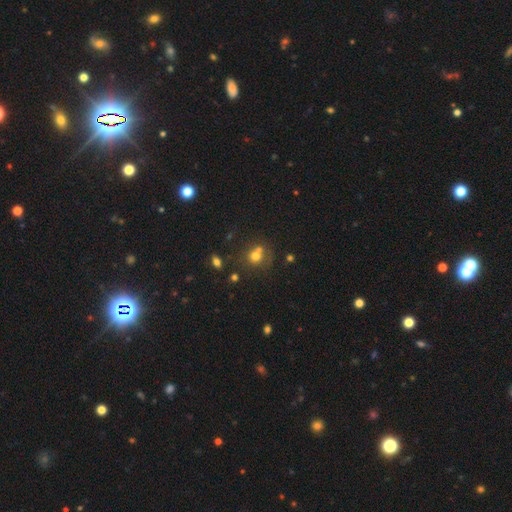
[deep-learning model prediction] Smooth or featured: smooth — 67% (featured or disk — 17%)
How rounded: round — 78% (in between — 21%)
Merging: none — 42% (tied with merger — 42%)